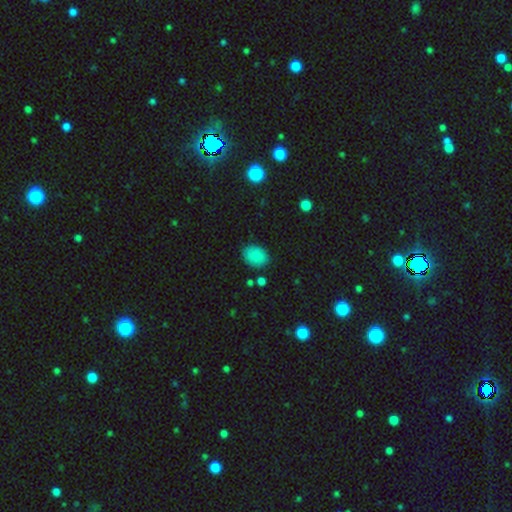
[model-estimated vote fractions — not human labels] A smooth galaxy with no disk features (84%) that is in between round and cigar-shaped (65%). Merging: none (83%).